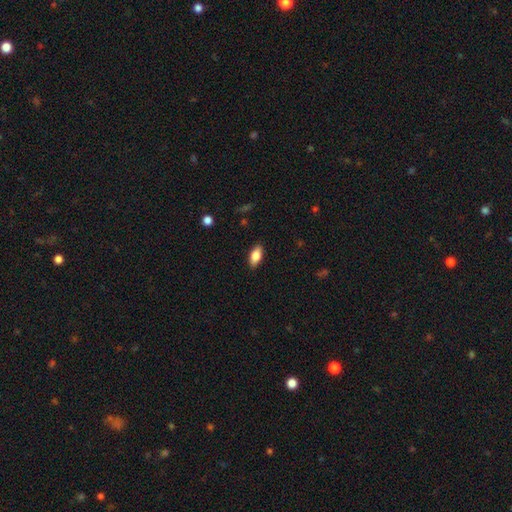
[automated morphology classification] smooth_or_featured: smooth (p=0.80) [alt: featured or disk p=0.13]
how_rounded: in between (p=0.87) [alt: cigar-shaped p=0.10]
merging: none (p=0.88) [alt: minor disturbance p=0.09]